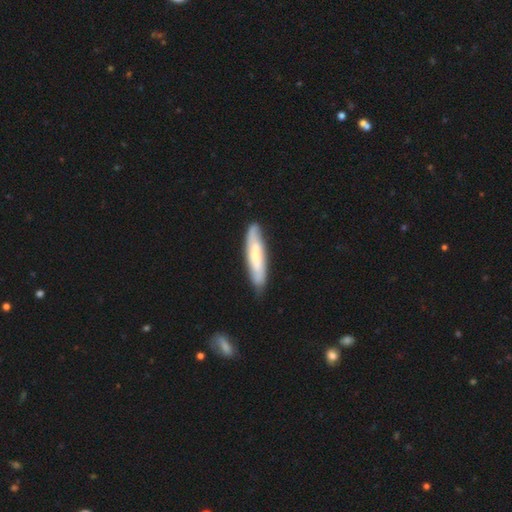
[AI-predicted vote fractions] smooth-or-featured: smooth: 52% | featured or disk: 42% | star or artifact: 6%
  how-rounded: cigar-shaped: 81% | in between: 18% | round: 1%
  merging: none: 81% | minor disturbance: 15% | major disturbance: 3% | merger: 2%